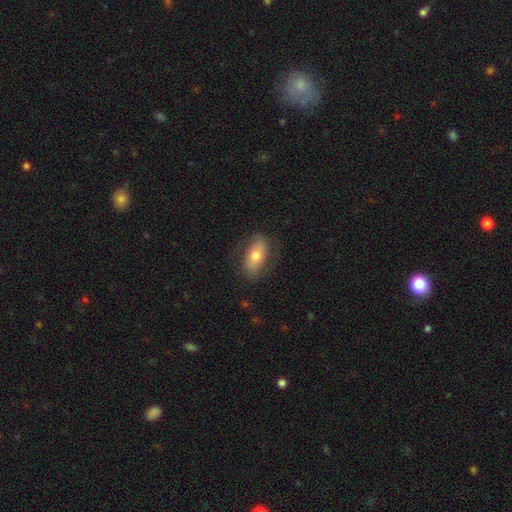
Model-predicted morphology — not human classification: Smooth or featured?
  - smooth: 67% *
  - featured or disk: 27%
  - star or artifact: 6%
How rounded?
  - in between: 87% *
  - cigar-shaped: 8%
  - round: 5%
Merging?
  - none: 79% *
  - minor disturbance: 15%
  - major disturbance: 5%
  - merger: 1%